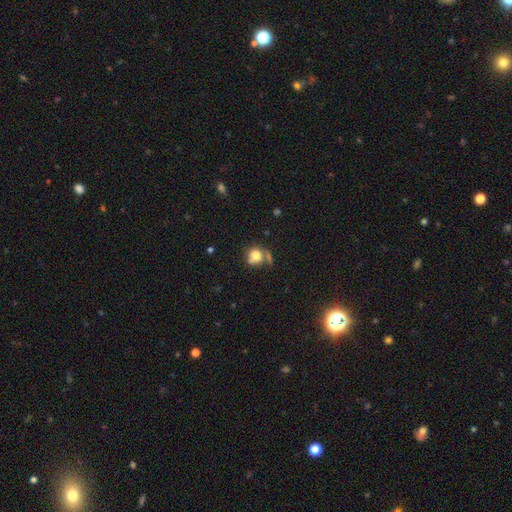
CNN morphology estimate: type=smooth (76%); roundness=round (81%); merging=none (51%).